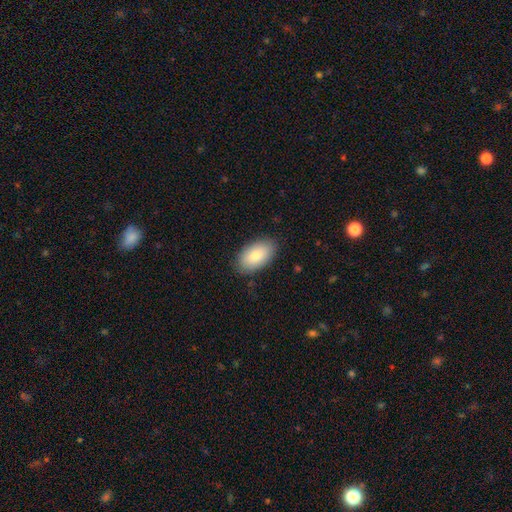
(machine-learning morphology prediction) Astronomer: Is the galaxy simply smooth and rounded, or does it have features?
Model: smooth — 82%.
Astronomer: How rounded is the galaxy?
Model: in between — 95%.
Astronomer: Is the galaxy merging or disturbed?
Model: none — 85%.